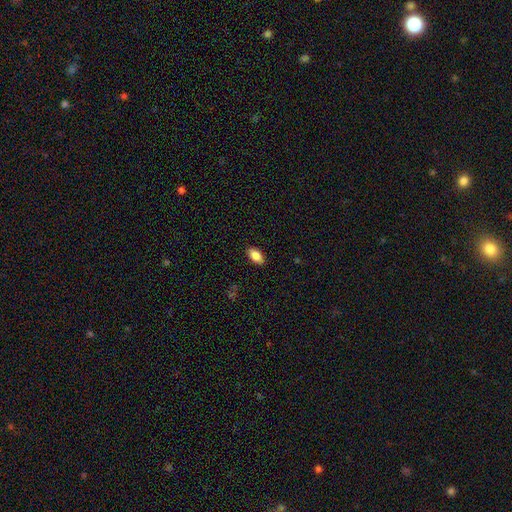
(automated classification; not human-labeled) Morphology: type=smooth (86%); roundness=in between (92%); merging=none (89%).